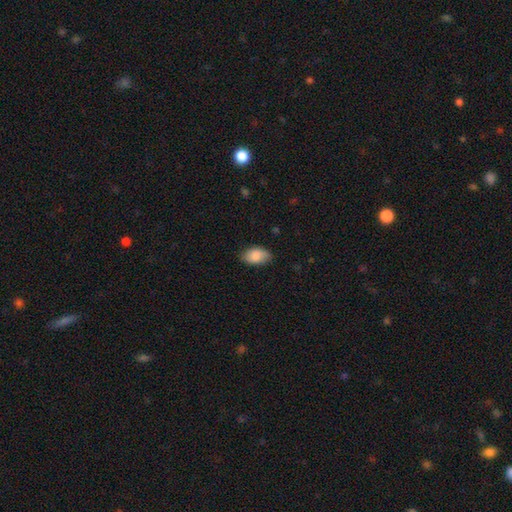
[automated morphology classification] This is clearly a smooth galaxy (86%). How rounded: clearly in between (91%). Merging: likely none (78%).